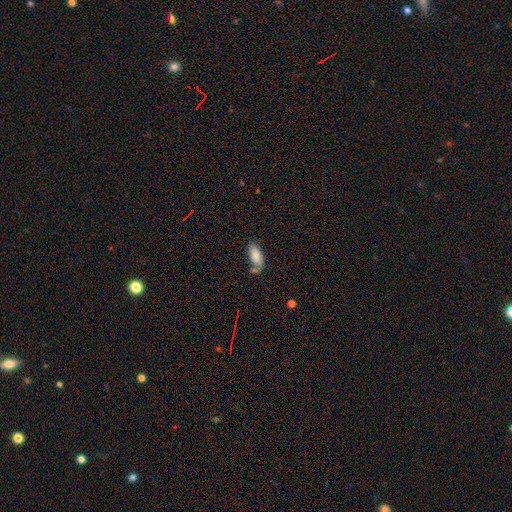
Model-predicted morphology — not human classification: Smooth or featured?
  - smooth: 83% *
  - featured or disk: 9%
  - star or artifact: 7%
How rounded?
  - in between: 85% *
  - cigar-shaped: 13%
  - round: 2%
Merging?
  - none: 54% *
  - minor disturbance: 20%
  - merger: 19%
  - major disturbance: 7%